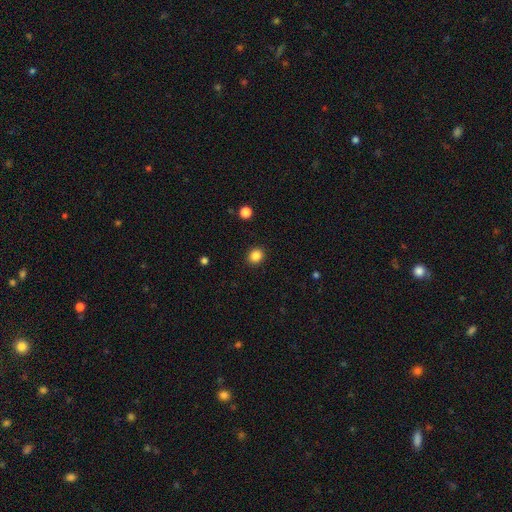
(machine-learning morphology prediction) Q: Smooth or featured?
A: smooth (86%); runner-up: star or artifact (11%)
Q: How rounded?
A: round (75%); runner-up: in between (24%)
Q: Merging?
A: none (91%); runner-up: minor disturbance (6%)